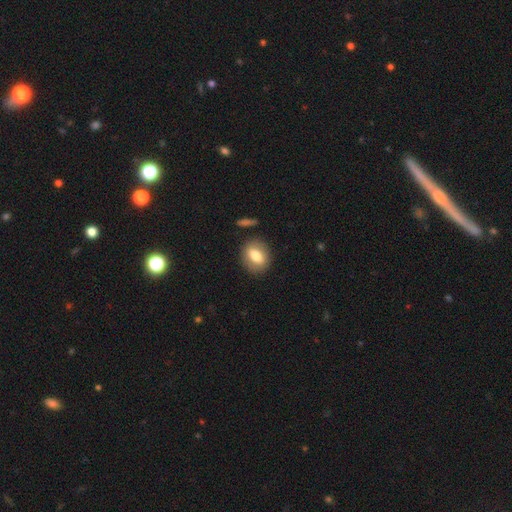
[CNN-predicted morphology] type=smooth (72%); roundness=in between (55%); merging=none (85%).